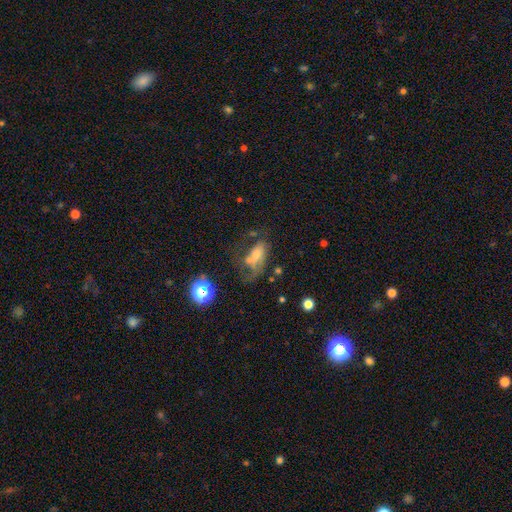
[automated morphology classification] smooth-or-featured: smooth: 52% | featured or disk: 33% | star or artifact: 15%
  how-rounded: in between: 86% | round: 9% | cigar-shaped: 5%
  merging: major disturbance: 41% | none: 25% | minor disturbance: 20% | merger: 15%